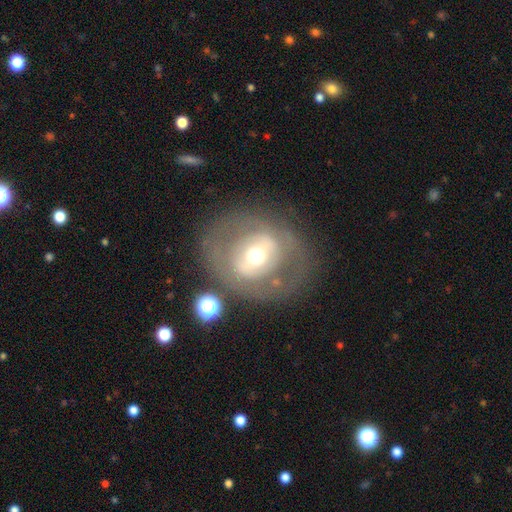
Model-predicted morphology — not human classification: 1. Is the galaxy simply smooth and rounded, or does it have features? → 60% featured or disk, 32% smooth, 8% star or artifact.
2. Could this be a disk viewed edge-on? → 94% no, 6% yes.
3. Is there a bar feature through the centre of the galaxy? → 42% no, 32% weak, 26% strong.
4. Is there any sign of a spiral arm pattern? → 78% no, 22% yes.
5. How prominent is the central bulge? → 65% moderate, 23% small, 10% large, 1% dominant, 1% none.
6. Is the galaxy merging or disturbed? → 73% none, 13% minor disturbance, 10% major disturbance, 4% merger.